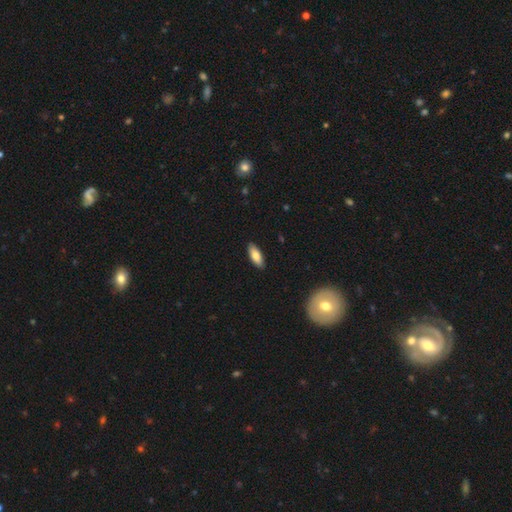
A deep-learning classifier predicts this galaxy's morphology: A smooth galaxy with no disk features (79%) that is in between round and cigar-shaped (76%). Merging: none (89%).